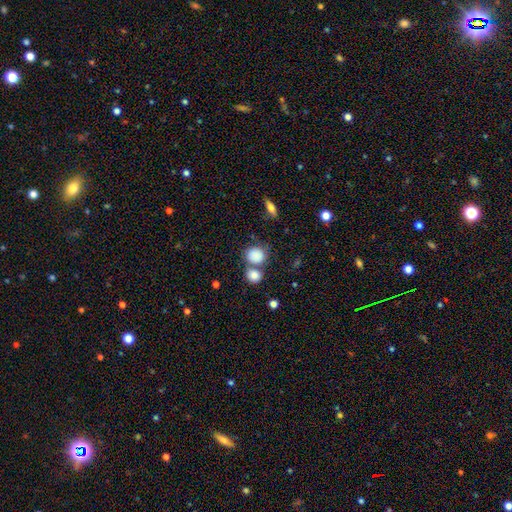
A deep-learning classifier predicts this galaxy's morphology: Overall: smooth (85%). How rounded: round (80%). Merging: none (54%; merger 32%).